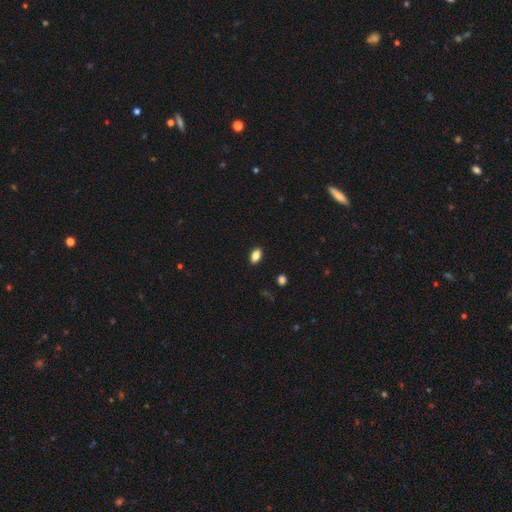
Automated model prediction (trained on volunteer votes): Smooth or featured?
  - smooth: 85% *
  - star or artifact: 9%
  - featured or disk: 7%
How rounded?
  - in between: 89% *
  - round: 7%
  - cigar-shaped: 3%
Merging?
  - none: 89% *
  - minor disturbance: 8%
  - major disturbance: 2%
  - merger: 1%